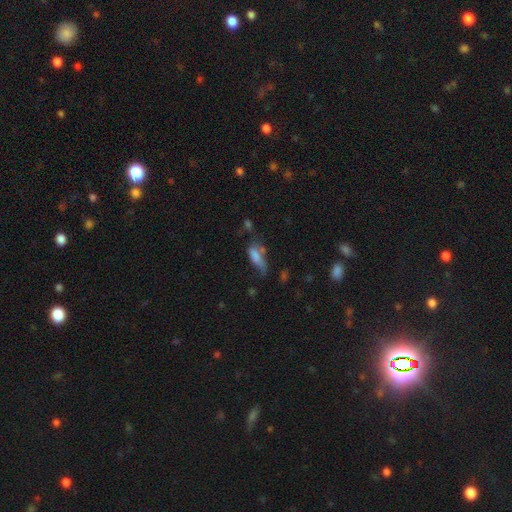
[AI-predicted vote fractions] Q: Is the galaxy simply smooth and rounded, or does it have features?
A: smooth — 70%.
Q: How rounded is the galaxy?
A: in between — 70%.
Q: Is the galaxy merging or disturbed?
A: major disturbance — 32%.